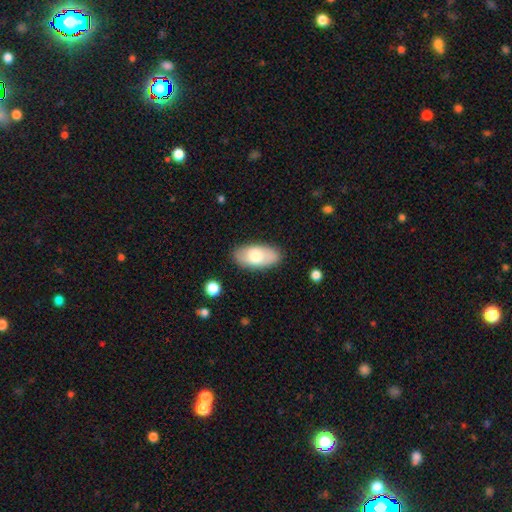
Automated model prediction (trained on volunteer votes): A smooth galaxy with no disk features (71%) that is in between round and cigar-shaped (93%).

Vote fractions:
- Smooth or featured? smooth: 71% / featured or disk: 23% / star or artifact: 6%
- How rounded? in between: 93% / cigar-shaped: 4% / round: 3%
- Merging? none: 85% / minor disturbance: 11% / major disturbance: 3% / merger: 1%